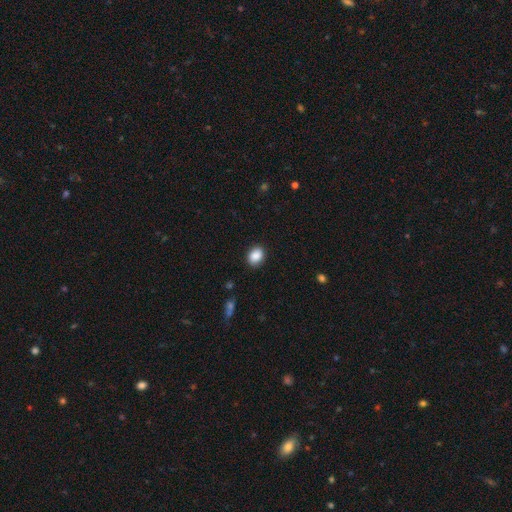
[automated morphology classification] A smooth galaxy with no disk features (88%) that is in between round and cigar-shaped (59%).

Vote fractions:
- Smooth or featured? smooth: 88% / star or artifact: 8% / featured or disk: 4%
- How rounded? in between: 59% / round: 39% / cigar-shaped: 1%
- Merging? none: 88% / minor disturbance: 9% / major disturbance: 2% / merger: 1%